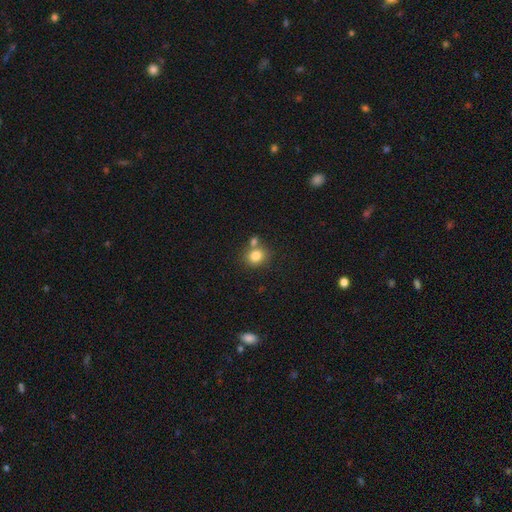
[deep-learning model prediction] This appears to be a smooth galaxy with no disk features (81%) that is round (74%). Merging: none (62%).